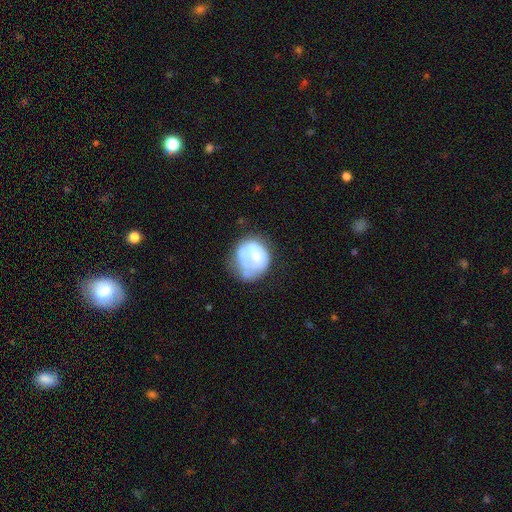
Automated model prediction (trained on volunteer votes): This appears to be a featured or disk galaxy (52%) with no bar (87%), no spiral arms (83%) and a moderate central bulge (37%, tied with small). Merging: none (40%).